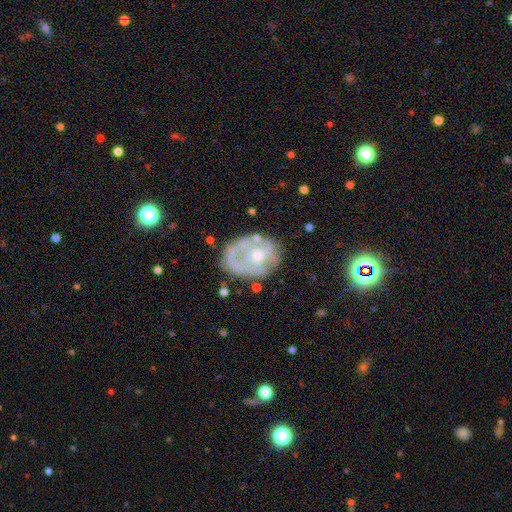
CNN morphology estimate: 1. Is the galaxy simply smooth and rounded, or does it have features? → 66% featured or disk, 26% smooth, 7% star or artifact.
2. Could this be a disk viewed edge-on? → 97% no, 3% yes.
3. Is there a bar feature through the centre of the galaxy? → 78% no, 19% weak, 4% strong.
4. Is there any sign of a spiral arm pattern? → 56% no, 44% yes.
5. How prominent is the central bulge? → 47% moderate, 43% small, 6% none, 3% large, 1% dominant.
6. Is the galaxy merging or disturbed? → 52% none, 25% minor disturbance, 18% major disturbance, 5% merger.